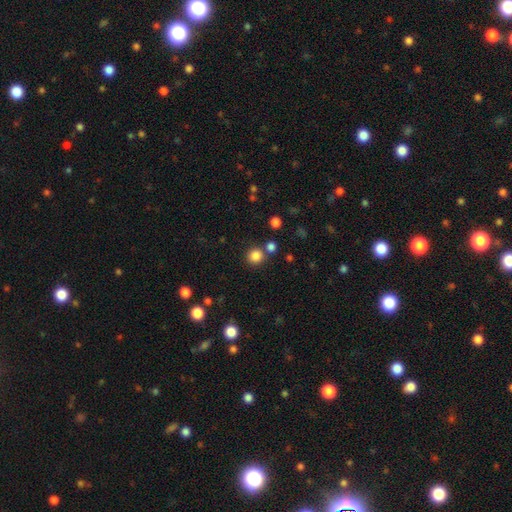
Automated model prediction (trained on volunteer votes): A smooth galaxy with no disk features (84%) that is round (92%).

Vote fractions:
- Smooth or featured? smooth: 84% / star or artifact: 12% / featured or disk: 4%
- How rounded? round: 92% / in between: 8% / cigar-shaped: 1%
- Merging? none: 79% / merger: 11% / minor disturbance: 7% / major disturbance: 3%